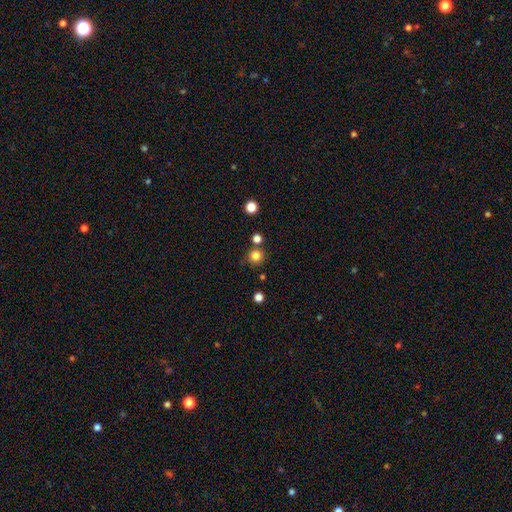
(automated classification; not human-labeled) Q: Smooth or featured?
A: smooth (82%); runner-up: star or artifact (13%)
Q: How rounded?
A: round (94%); runner-up: in between (5%)
Q: Merging?
A: none (80%); runner-up: merger (9%)